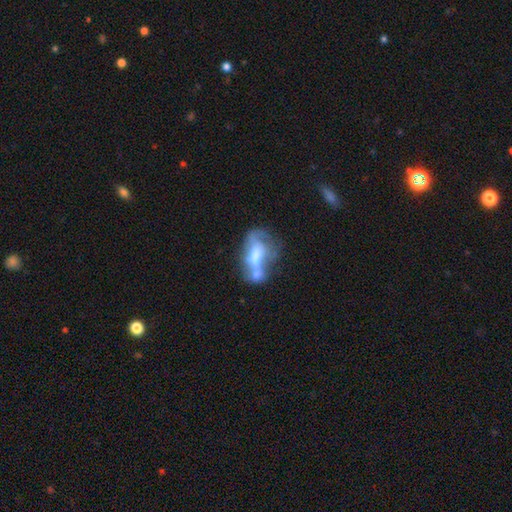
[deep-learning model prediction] smooth_or_featured: featured or disk (p=0.50) [alt: smooth p=0.40]
merging: merger (p=0.45) [alt: major disturbance p=0.22]